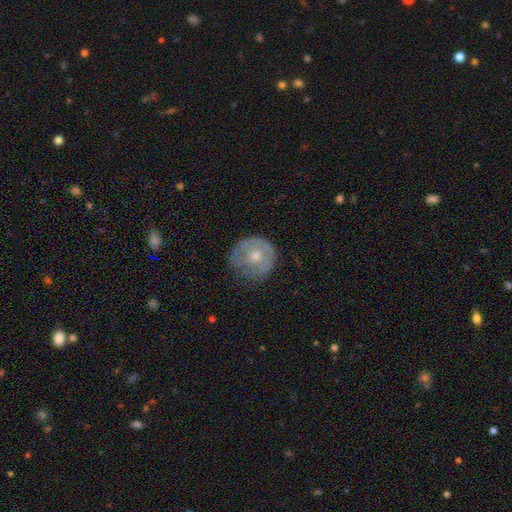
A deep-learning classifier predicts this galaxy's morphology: Smooth or featured? featured or disk (56%)
Edge-on disk? no (96%)
Bar? no (83%)
Spiral arms? yes (58%)
Bulge size? moderate (61%)
Merging? none (73%)